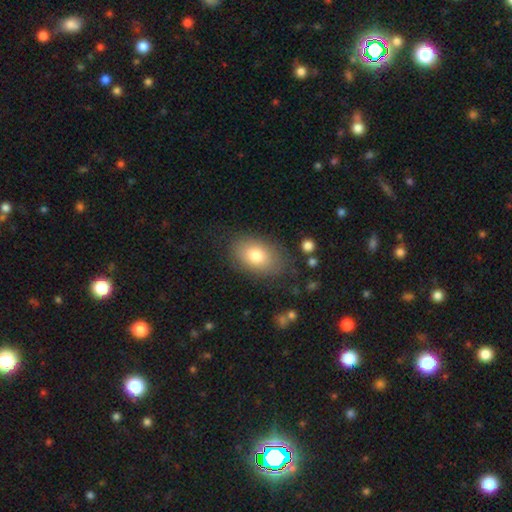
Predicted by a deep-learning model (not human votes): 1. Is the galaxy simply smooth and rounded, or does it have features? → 77% smooth, 15% featured or disk, 8% star or artifact.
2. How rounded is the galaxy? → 86% in between, 13% round, 1% cigar-shaped.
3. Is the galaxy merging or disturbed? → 77% none, 15% minor disturbance, 6% major disturbance, 2% merger.